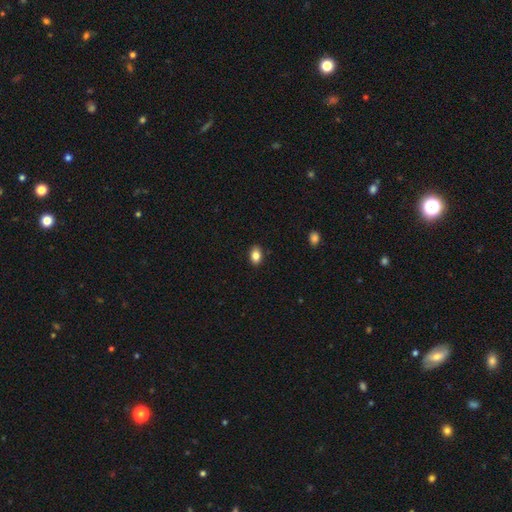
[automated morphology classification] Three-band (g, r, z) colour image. It shows a smooth galaxy with no disk features (84%) that is in between round and cigar-shaped (79%). Merging: none (89%).